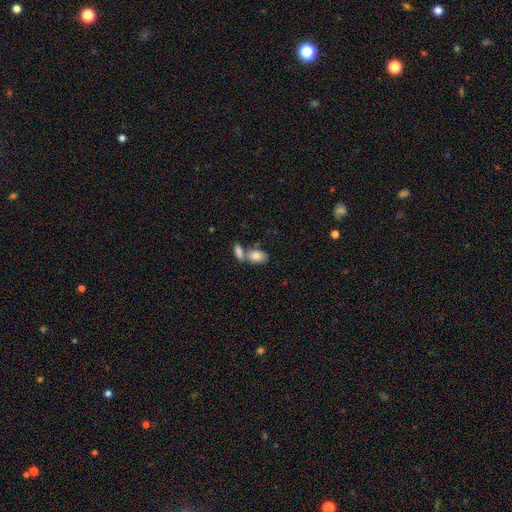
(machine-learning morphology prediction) type=smooth (83%); roundness=in between (89%); merging=merger (48%).